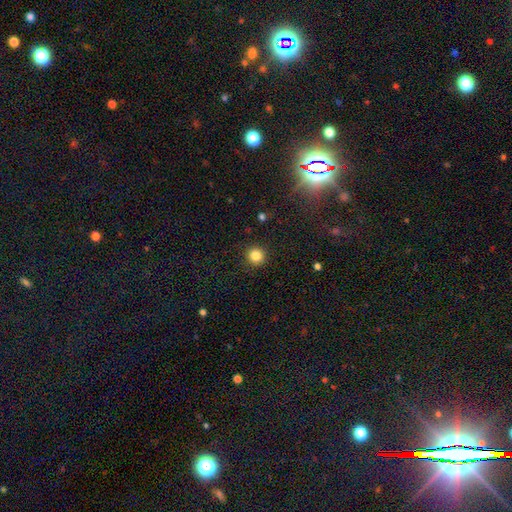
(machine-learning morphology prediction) A smooth galaxy with no disk features (84%) that is round (95%). Merging: none (92%).